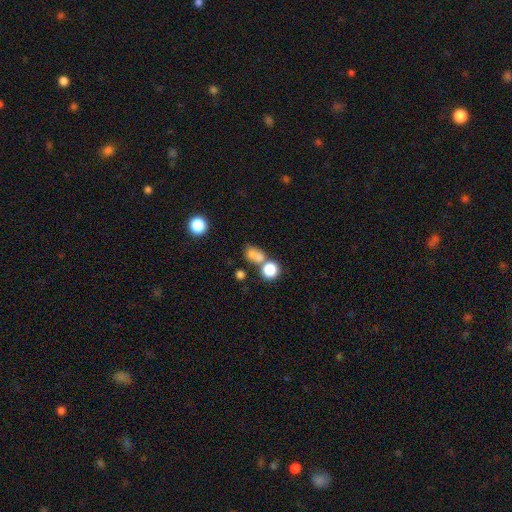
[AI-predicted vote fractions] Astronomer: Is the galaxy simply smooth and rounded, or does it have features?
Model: smooth — 73%.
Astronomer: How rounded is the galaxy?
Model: round — 61% (runner-up: in between, 37%).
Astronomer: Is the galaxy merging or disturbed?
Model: merger — 47% (runner-up: none, 35%).